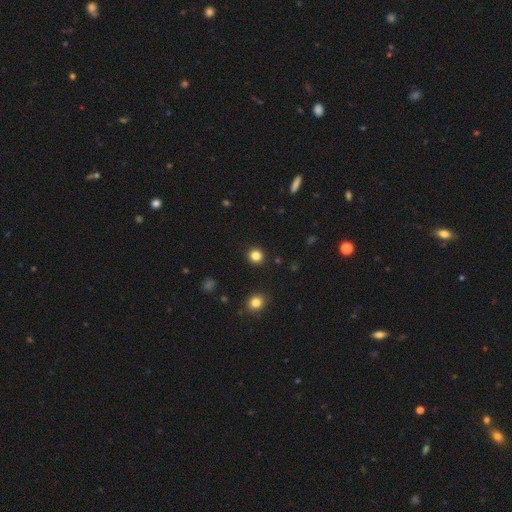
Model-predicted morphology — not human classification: This appears to be a smooth galaxy with no disk features (83%) that is round (91%). Merging: none (92%).